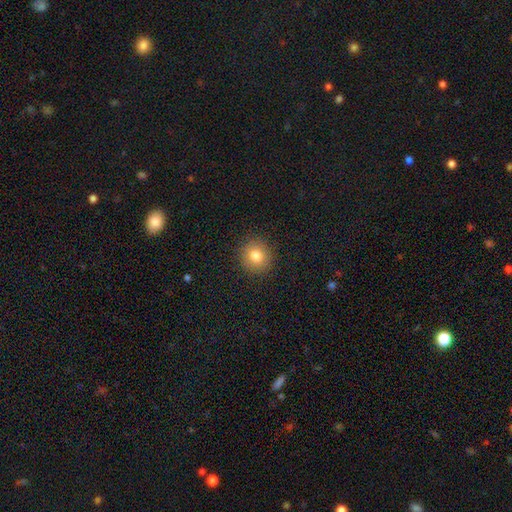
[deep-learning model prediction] Smooth or featured? smooth (80%)
How rounded? round (88%)
Merging? none (90%)